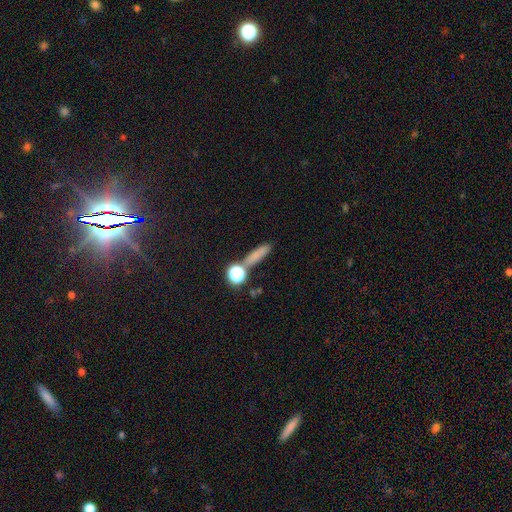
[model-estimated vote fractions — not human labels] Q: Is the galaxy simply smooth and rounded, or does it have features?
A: smooth — 69%.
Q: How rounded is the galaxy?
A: cigar-shaped — 58%.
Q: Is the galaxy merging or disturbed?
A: none — 71%.